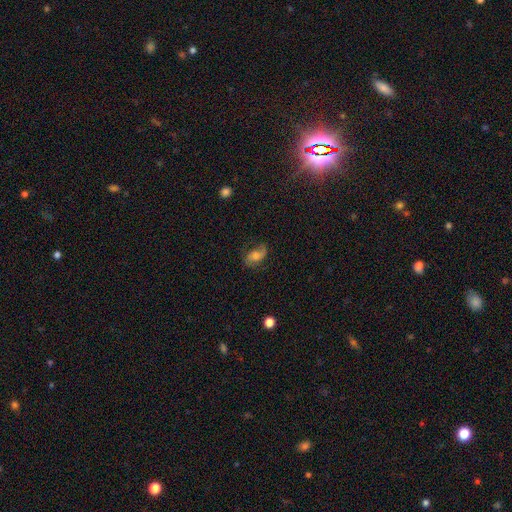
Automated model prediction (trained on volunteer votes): Smooth or featured? featured or disk (58%)
Edge-on disk? no (96%)
Bar? no (61%)
Spiral arms? yes (89%)
Bulge size? moderate (46%)
Merging? none (62%)